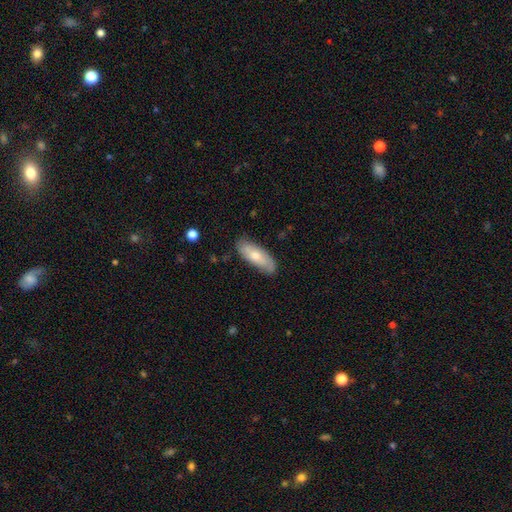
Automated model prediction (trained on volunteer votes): The model was most divided on "smooth or featured": smooth: 64%, featured or disk: 30%, star or artifact: 6%. More confident: merging — none (79%); how rounded — in between (72%).